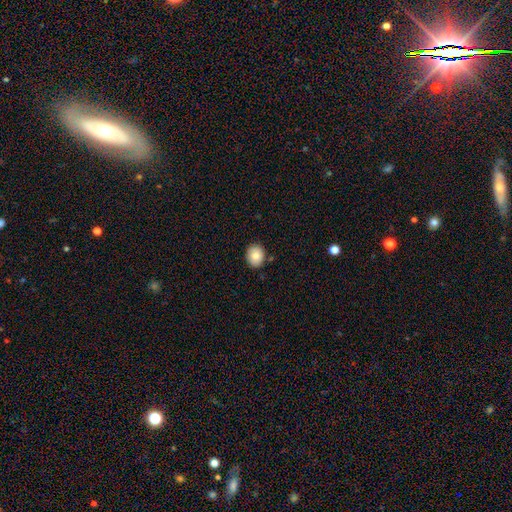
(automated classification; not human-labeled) Smooth or featured: smooth — 82% (featured or disk — 9%)
How rounded: round — 64% (in between — 36%)
Merging: none — 84% (minor disturbance — 12%)